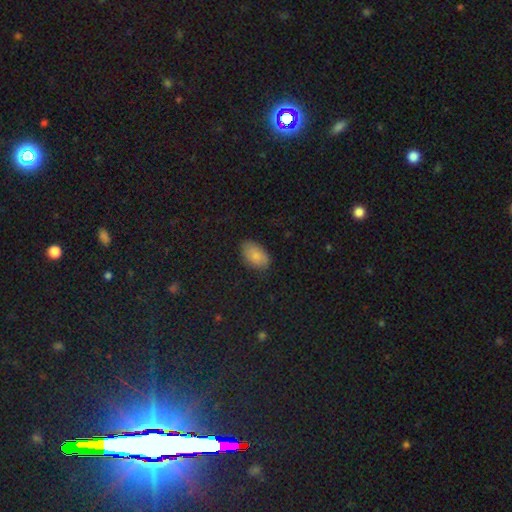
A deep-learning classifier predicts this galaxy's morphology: Smooth or featured: smooth — 85% (star or artifact — 8%)
How rounded: in between — 93% (round — 6%)
Merging: none — 81% (minor disturbance — 15%)